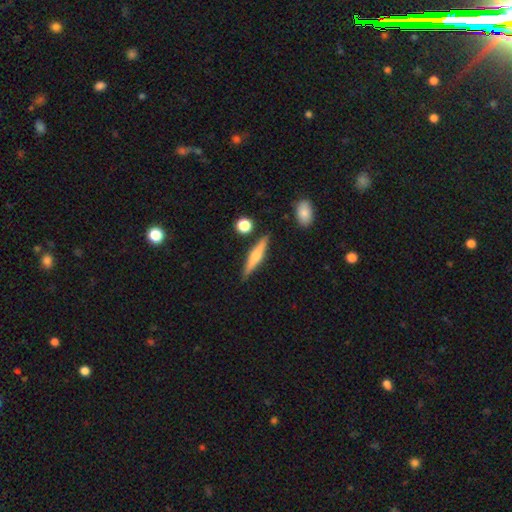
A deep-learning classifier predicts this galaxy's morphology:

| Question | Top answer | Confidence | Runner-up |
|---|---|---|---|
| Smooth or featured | featured or disk | 48% | smooth (45%) |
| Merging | none | 85% | minor disturbance (9%) |